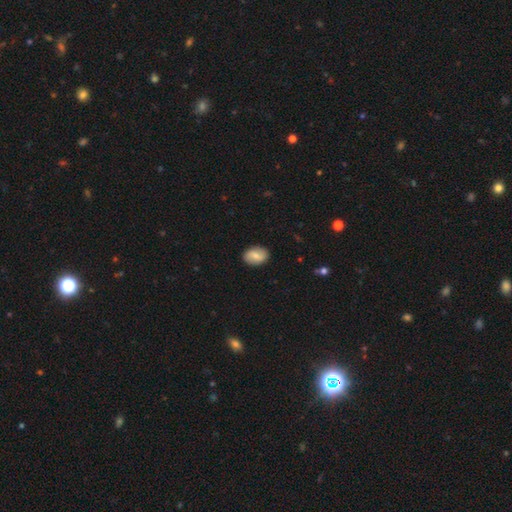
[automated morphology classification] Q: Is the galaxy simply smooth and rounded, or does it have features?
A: smooth — 66%.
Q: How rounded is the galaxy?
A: in between — 77%.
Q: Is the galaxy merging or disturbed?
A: none — 88%.